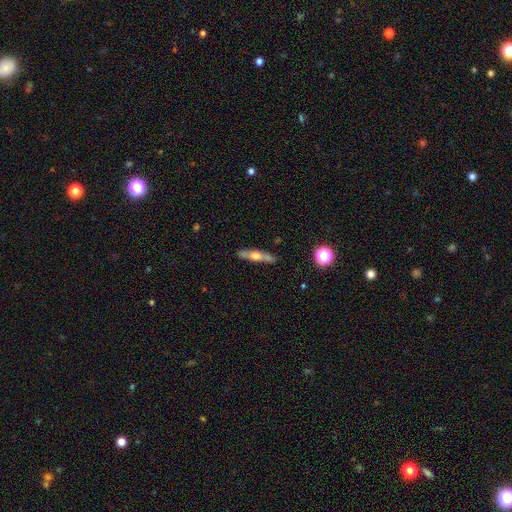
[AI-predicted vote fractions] This appears to be a featured or disk galaxy (57%) viewed edge-on (90%) with a rounded central bulge (88%). Merging: none (84%).